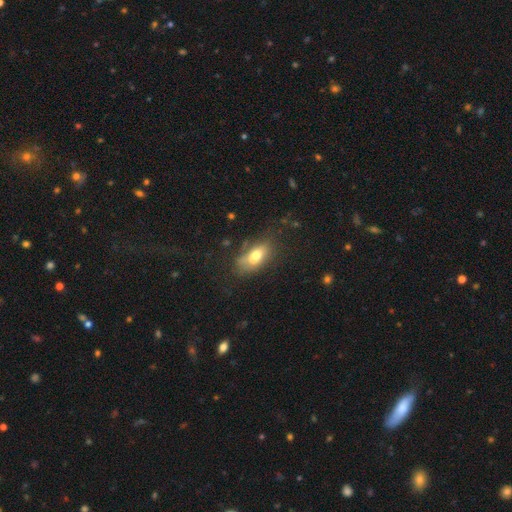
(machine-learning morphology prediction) This is likely a smooth galaxy (69%). How rounded: clearly in between (88%). Merging: possibly none (56%).